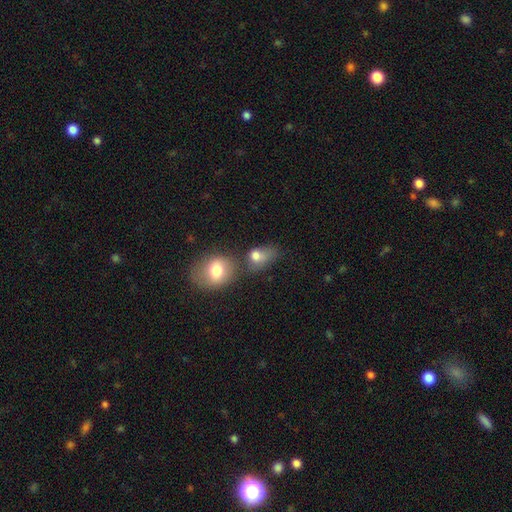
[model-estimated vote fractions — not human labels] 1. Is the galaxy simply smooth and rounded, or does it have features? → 77% smooth, 13% featured or disk, 10% star or artifact.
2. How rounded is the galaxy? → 63% in between, 35% round, 2% cigar-shaped.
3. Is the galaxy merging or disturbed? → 36% none, 35% merger, 18% minor disturbance, 11% major disturbance.